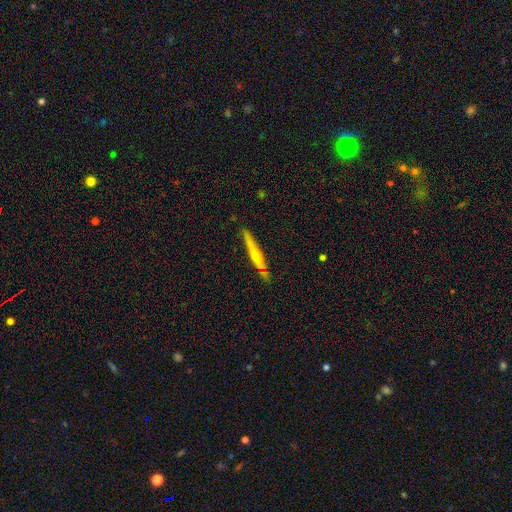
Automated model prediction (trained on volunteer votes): Smooth or featured?
  - featured or disk: 54% *
  - smooth: 40%
  - star or artifact: 6%
Edge-on disk?
  - yes: 95% *
  - no: 5%
Edge-on bulge?
  - rounded: 76% *
  - none: 19%
  - boxy: 5%
Merging?
  - none: 81% *
  - minor disturbance: 14%
  - merger: 3%
  - major disturbance: 2%